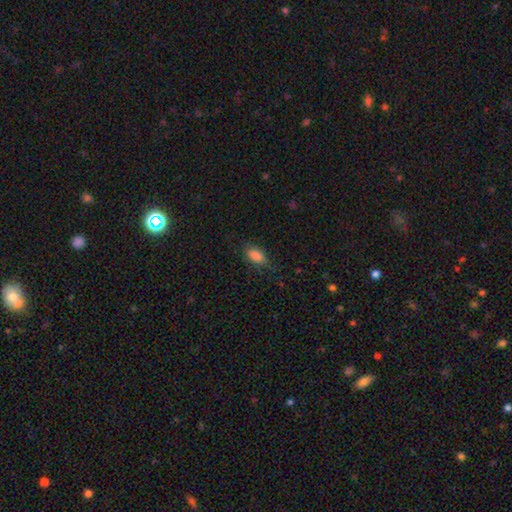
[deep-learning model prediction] Smooth or featured? Predicted: smooth (p=0.84). How rounded? Predicted: in between (p=0.89). Merging? Predicted: none (p=0.71).